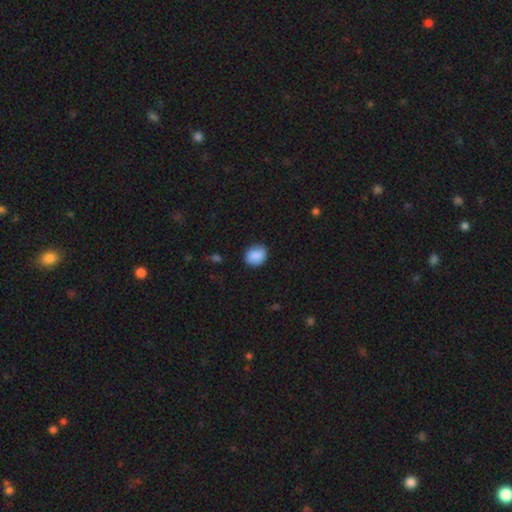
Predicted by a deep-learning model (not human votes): Smooth or featured? smooth (87%)
How rounded? round (62%)
Merging? none (84%)